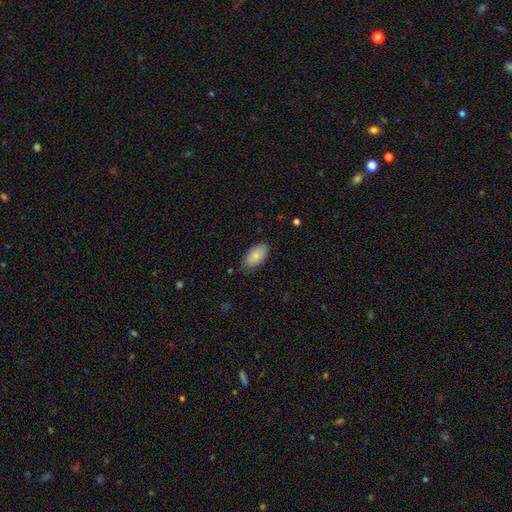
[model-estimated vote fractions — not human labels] This appears to be a smooth galaxy with no disk features (83%) that is in between round and cigar-shaped (94%). Merging: none (79%).